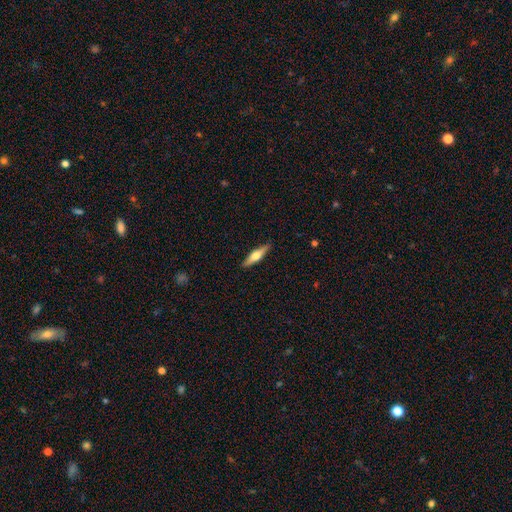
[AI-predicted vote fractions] featured or disk 51%, smooth 43%, star or artifact 6%. Down the decision tree: edge-on disk — yes (95%); merging — none (89%).